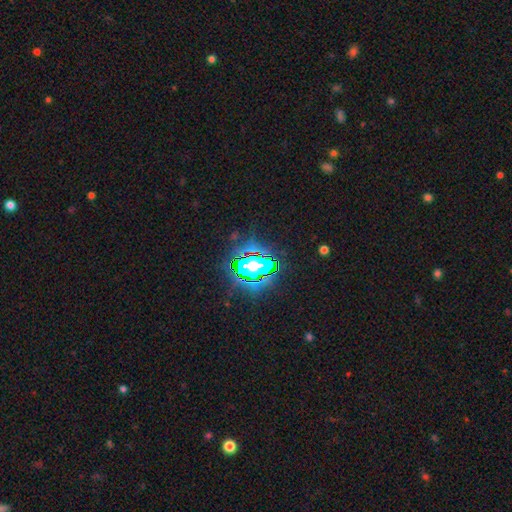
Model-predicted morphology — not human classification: Overall: star or artifact (83%).